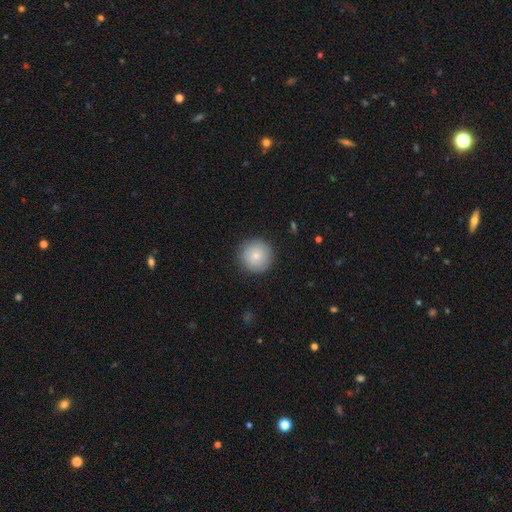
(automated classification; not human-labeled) Smooth or featured: smooth — 80% (featured or disk — 13%)
How rounded: round — 96% (in between — 3%)
Merging: none — 89% (minor disturbance — 8%)